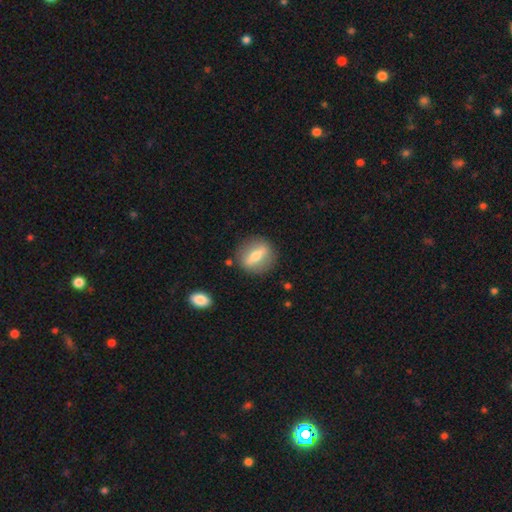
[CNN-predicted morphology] Smooth or featured?
  - featured or disk: 52% *
  - smooth: 41%
  - star or artifact: 7%
Edge-on disk?
  - no: 58% *
  - yes: 42%
Merging?
  - none: 85% *
  - minor disturbance: 9%
  - major disturbance: 4%
  - merger: 2%